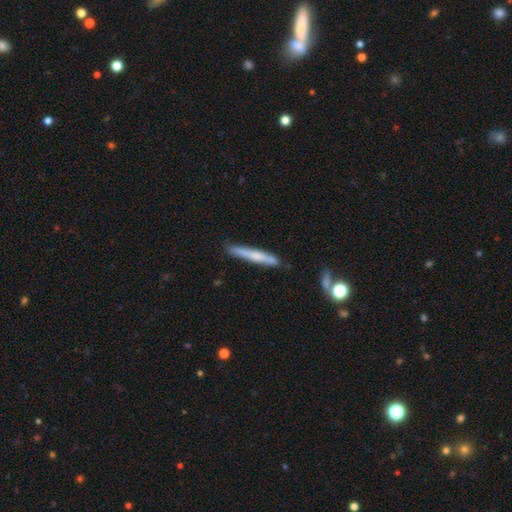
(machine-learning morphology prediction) This is possibly a smooth galaxy (56%). How rounded: clearly cigar-shaped (95%). Merging: clearly none (84%).